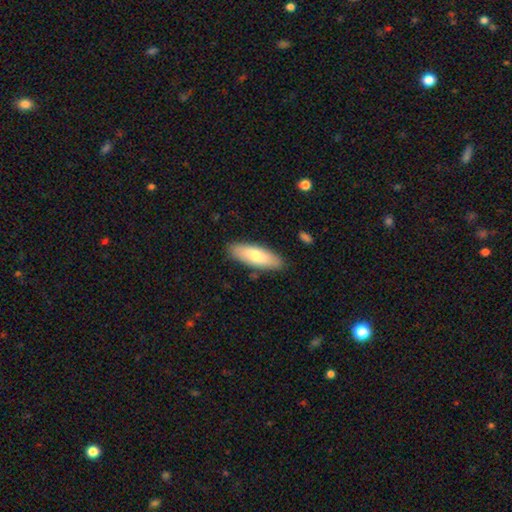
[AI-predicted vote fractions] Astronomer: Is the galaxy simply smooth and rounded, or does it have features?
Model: smooth — 73%.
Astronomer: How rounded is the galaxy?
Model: in between — 62%.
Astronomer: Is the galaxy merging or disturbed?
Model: none — 86%.